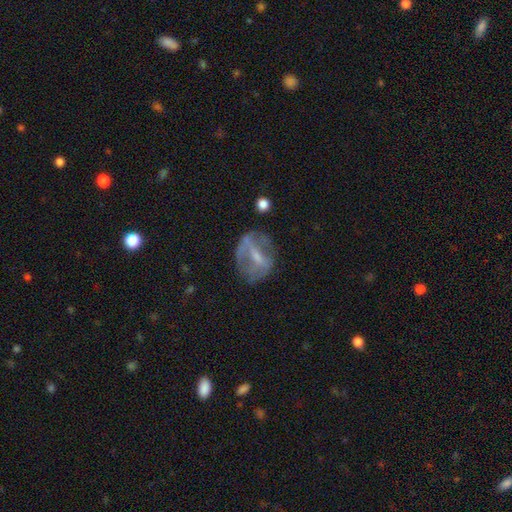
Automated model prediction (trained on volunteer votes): Morphology: type=featured or disk (61%); edge-on=no (92%); bar=weak (40%); spiral arms=no (62%); bulge=small (49%); merging=none (53%).